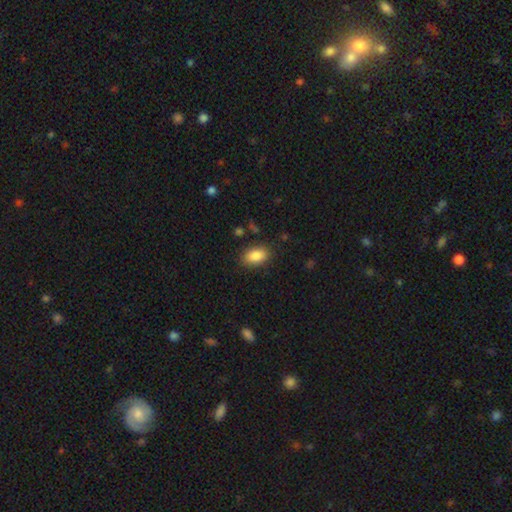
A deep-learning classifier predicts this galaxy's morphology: Smooth or featured: smooth — 86% (star or artifact — 8%)
How rounded: in between — 89% (round — 9%)
Merging: none — 84% (minor disturbance — 11%)